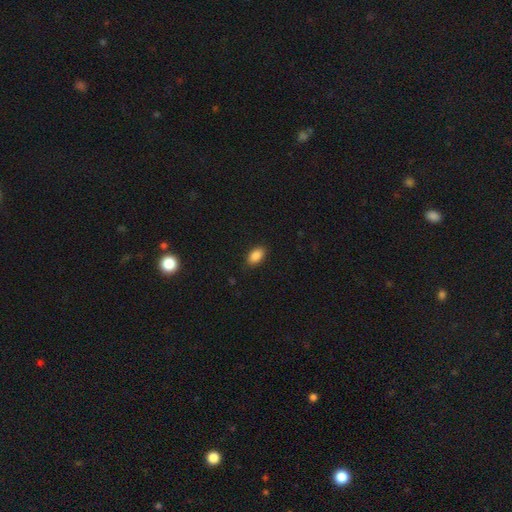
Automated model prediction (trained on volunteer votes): A smooth galaxy with no disk features (88%) that is in between round and cigar-shaped (92%).

Vote fractions:
- Smooth or featured? smooth: 88% / star or artifact: 8% / featured or disk: 4%
- How rounded? in between: 92% / round: 6% / cigar-shaped: 2%
- Merging? none: 87% / minor disturbance: 10% / major disturbance: 2% / merger: 1%